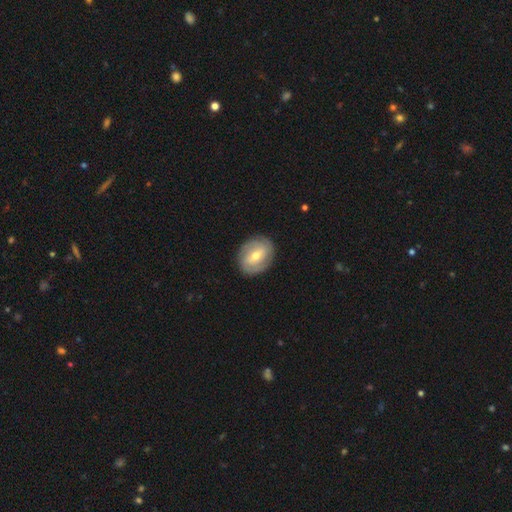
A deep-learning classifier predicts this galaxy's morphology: The model was most divided on "bar": weak: 47%, no: 29%, strong: 24%. More confident: edge-on disk — no (95%); merging — none (85%); spiral arms — yes (76%); bulge size — moderate (63%); smooth or featured — featured or disk (61%).